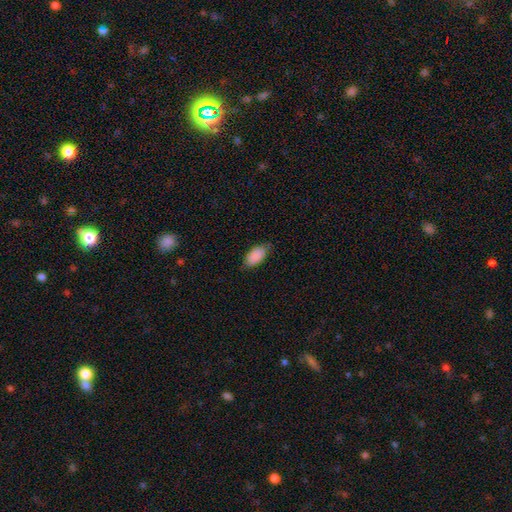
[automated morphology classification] Q: Smooth or featured?
A: smooth (90%); runner-up: star or artifact (6%)
Q: How rounded?
A: in between (94%); runner-up: cigar-shaped (3%)
Q: Merging?
A: none (78%); runner-up: minor disturbance (18%)